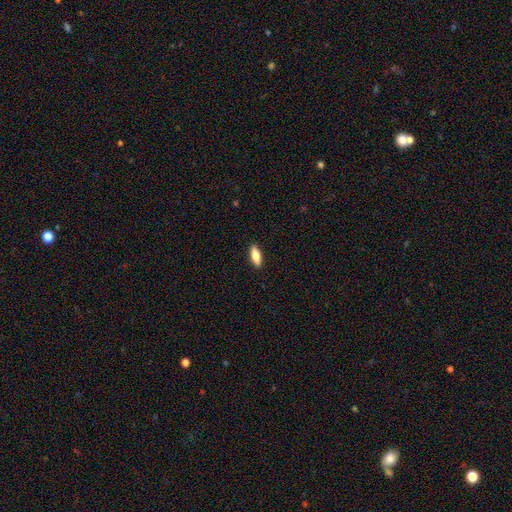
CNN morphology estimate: The model was most divided on "how rounded": in between: 65%, cigar-shaped: 33%, round: 2%. More confident: merging — none (89%); smooth or featured — smooth (78%).